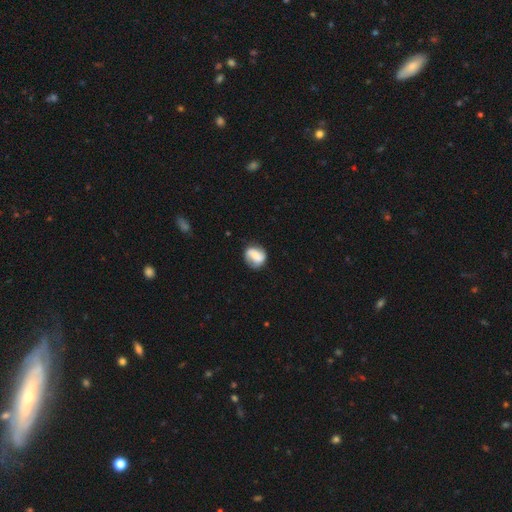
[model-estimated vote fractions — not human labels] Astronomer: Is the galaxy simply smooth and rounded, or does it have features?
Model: smooth — 52% (runner-up: featured or disk, 40%).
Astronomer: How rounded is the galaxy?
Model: round — 67%.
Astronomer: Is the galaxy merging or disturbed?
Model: none — 68%.